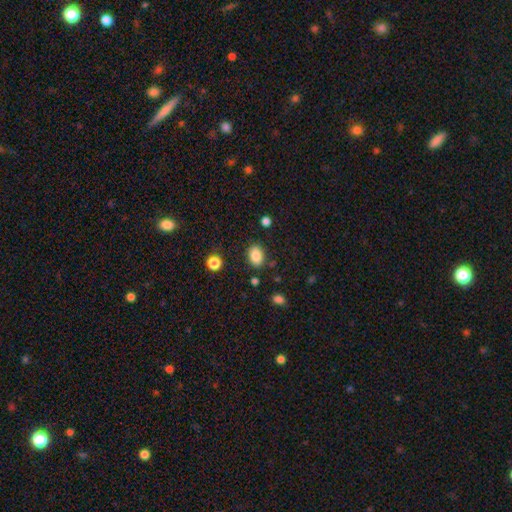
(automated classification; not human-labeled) smooth 87%, star or artifact 9%, featured or disk 4%. Down the decision tree: how rounded — in between (81%); merging — none (83%).